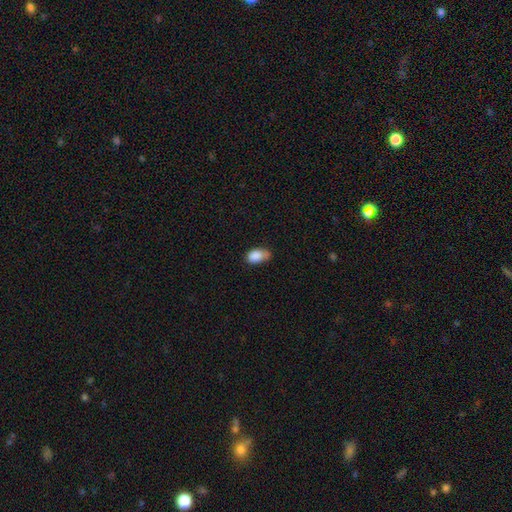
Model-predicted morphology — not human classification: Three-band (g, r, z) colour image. It shows a smooth galaxy with no disk features (85%) that is in between round and cigar-shaped (85%). Merging: none (44%).